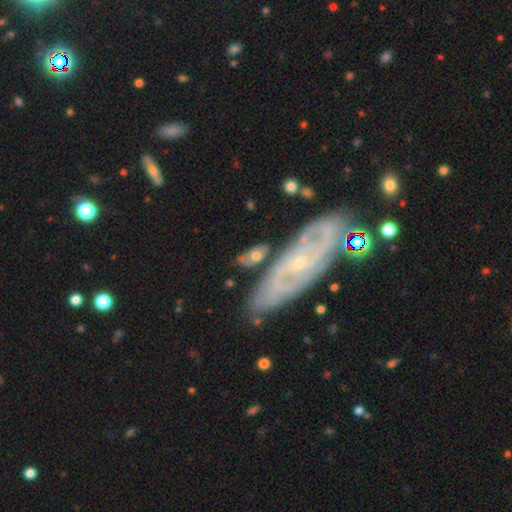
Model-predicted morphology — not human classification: Smooth or featured: smooth — 53% (featured or disk — 41%)
How rounded: in between — 85% (round — 8%)
Merging: none — 63% (minor disturbance — 18%)